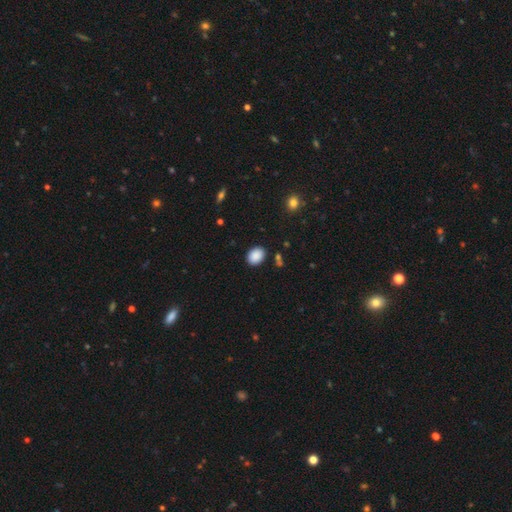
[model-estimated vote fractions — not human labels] smooth_or_featured: smooth (p=0.89) [alt: star or artifact p=0.08]
how_rounded: in between (p=0.63) [alt: round p=0.36]
merging: none (p=0.88) [alt: minor disturbance p=0.08]